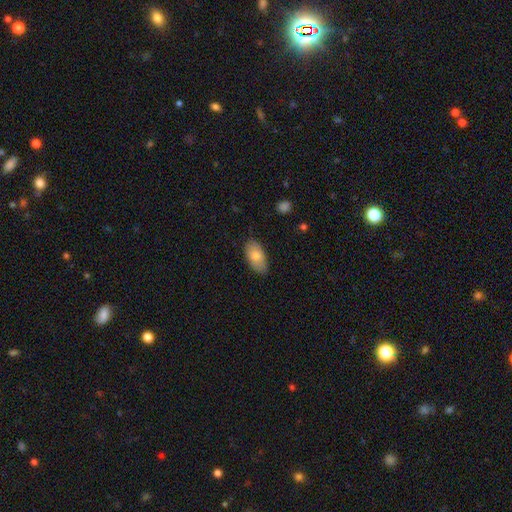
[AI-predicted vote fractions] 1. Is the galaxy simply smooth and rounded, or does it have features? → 80% smooth, 14% featured or disk, 6% star or artifact.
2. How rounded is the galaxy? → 93% in between, 4% round, 3% cigar-shaped.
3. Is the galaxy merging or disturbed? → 79% none, 17% minor disturbance, 3% major disturbance, 1% merger.